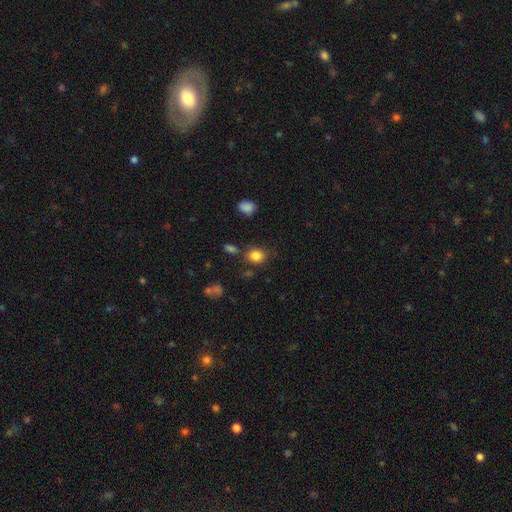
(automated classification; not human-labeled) Smooth or featured? smooth (83%)
How rounded? round (61%)
Merging? none (77%)